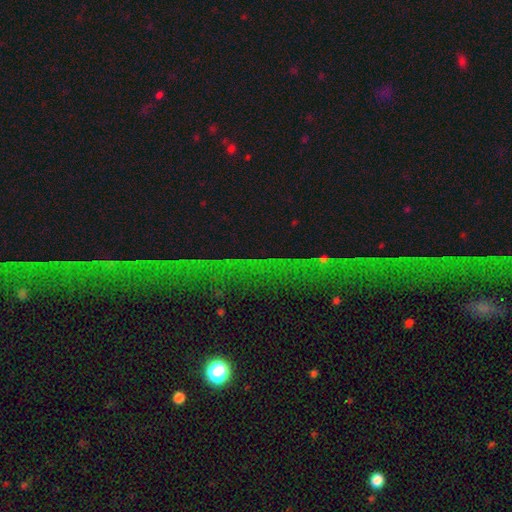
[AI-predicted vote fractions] A star or artifact, not a galaxy (75%).